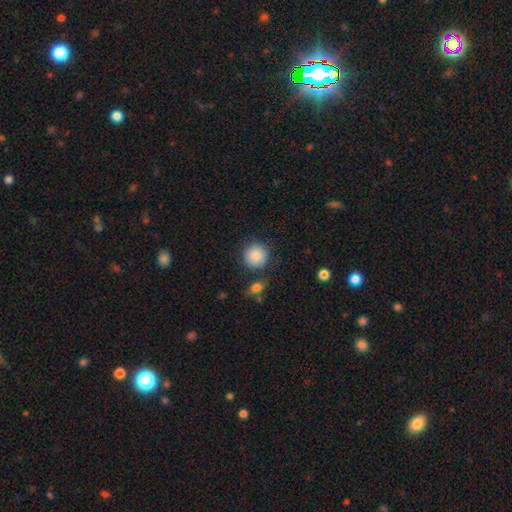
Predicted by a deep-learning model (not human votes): The model was most divided on "merging": none: 84%, minor disturbance: 9%, merger: 4%, major disturbance: 3%. More confident: how rounded — round (92%); smooth or featured — smooth (88%).